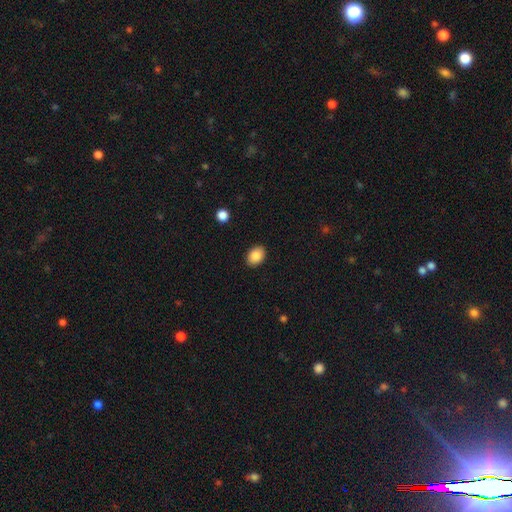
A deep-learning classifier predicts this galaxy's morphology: This is clearly a smooth galaxy (88%). How rounded: likely in between (73%). Merging: clearly none (90%).